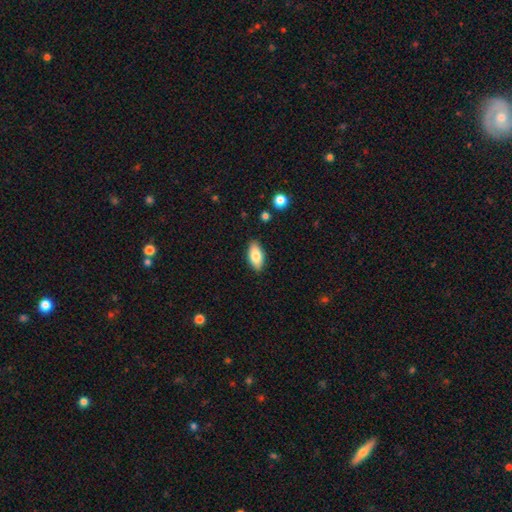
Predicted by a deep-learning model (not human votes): Smooth or featured?
  - smooth: 81% *
  - featured or disk: 12%
  - star or artifact: 7%
How rounded?
  - in between: 90% *
  - cigar-shaped: 7%
  - round: 3%
Merging?
  - none: 88% *
  - minor disturbance: 9%
  - major disturbance: 2%
  - merger: 1%